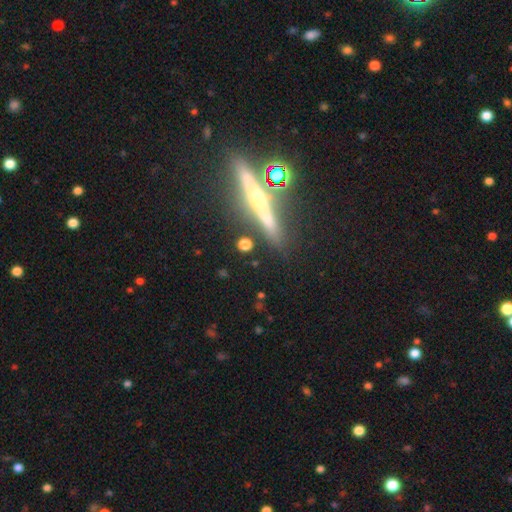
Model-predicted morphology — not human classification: Q: Smooth or featured?
A: featured or disk (71%); runner-up: smooth (20%)
Q: Edge-on disk?
A: yes (97%); runner-up: no (3%)
Q: Edge-on bulge?
A: none (48%); runner-up: rounded (44%)
Q: Merging?
A: none (83%); runner-up: minor disturbance (9%)